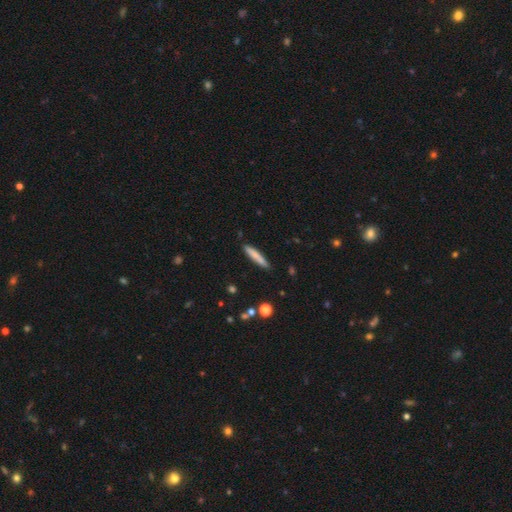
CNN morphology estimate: smooth-or-featured: smooth: 77% | featured or disk: 16% | star or artifact: 6%
  how-rounded: cigar-shaped: 91% | in between: 7% | round: 1%
  merging: none: 86% | minor disturbance: 10% | major disturbance: 2% | merger: 2%